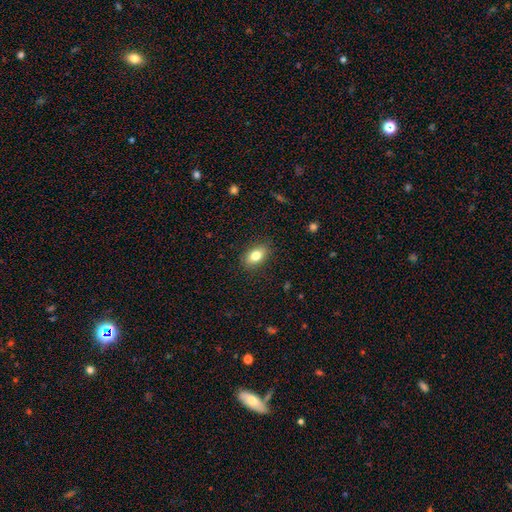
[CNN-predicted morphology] Smooth or featured?
  - smooth: 81% *
  - featured or disk: 11%
  - star or artifact: 8%
How rounded?
  - in between: 87% *
  - round: 10%
  - cigar-shaped: 3%
Merging?
  - none: 87% *
  - minor disturbance: 9%
  - major disturbance: 2%
  - merger: 1%